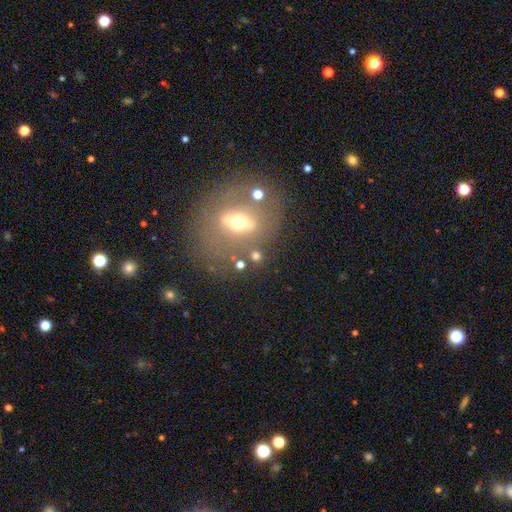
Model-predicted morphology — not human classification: smooth-or-featured: smooth: 43% | featured or disk: 39% | star or artifact: 19%
  merging: none: 68% | minor disturbance: 13% | merger: 10% | major disturbance: 9%